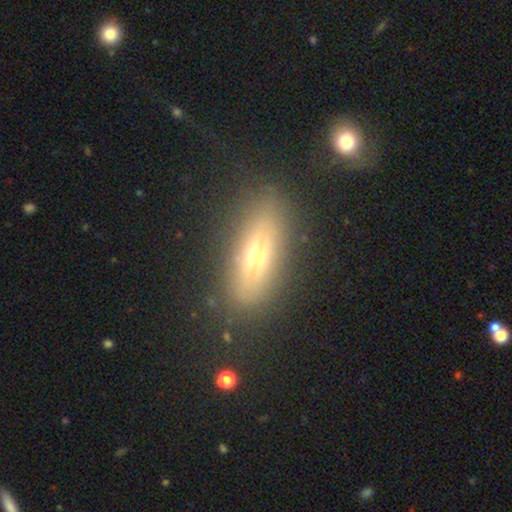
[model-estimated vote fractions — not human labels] smooth_or_featured: smooth (p=0.46) [alt: featured or disk p=0.43]
merging: none (p=0.81) [alt: minor disturbance p=0.12]